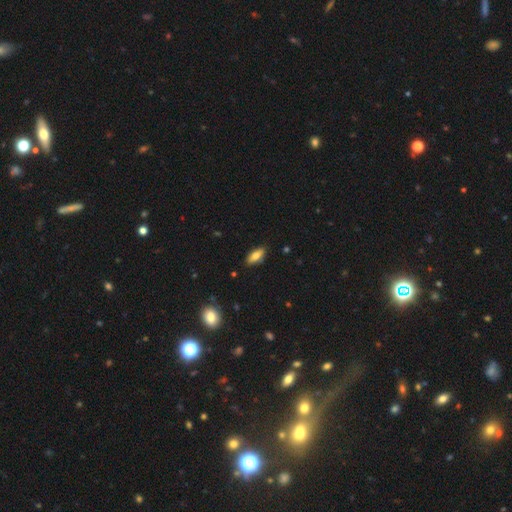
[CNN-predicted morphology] Smooth or featured?
  - smooth: 72% *
  - featured or disk: 21%
  - star or artifact: 7%
How rounded?
  - in between: 75% *
  - cigar-shaped: 22%
  - round: 3%
Merging?
  - none: 85% *
  - minor disturbance: 12%
  - major disturbance: 2%
  - merger: 1%